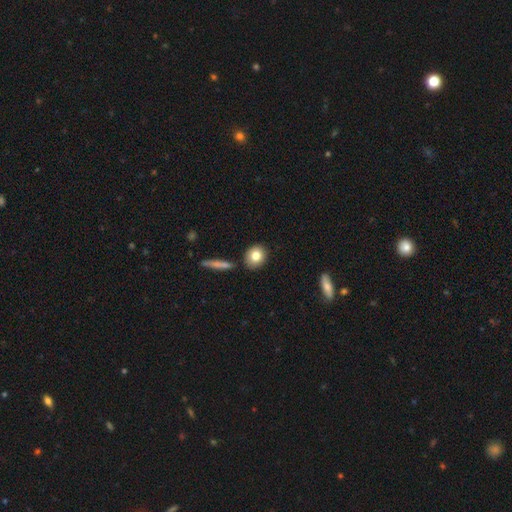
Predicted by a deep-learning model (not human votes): This appears to be a smooth galaxy with no disk features (80%) that is round (63%). Merging: none (85%).